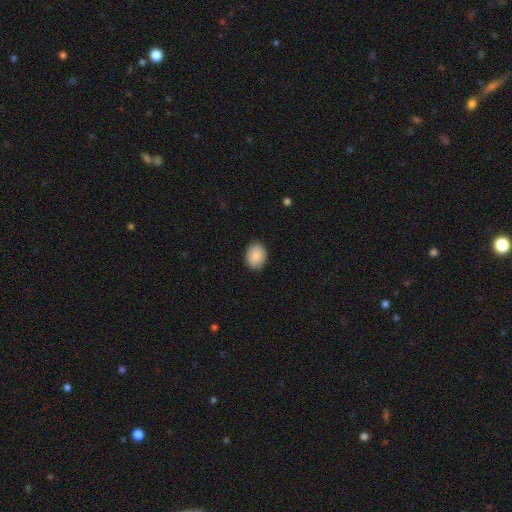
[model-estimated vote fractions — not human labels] Overall: smooth (88%). How rounded: in between (51%; round 49%). Merging: none (89%).